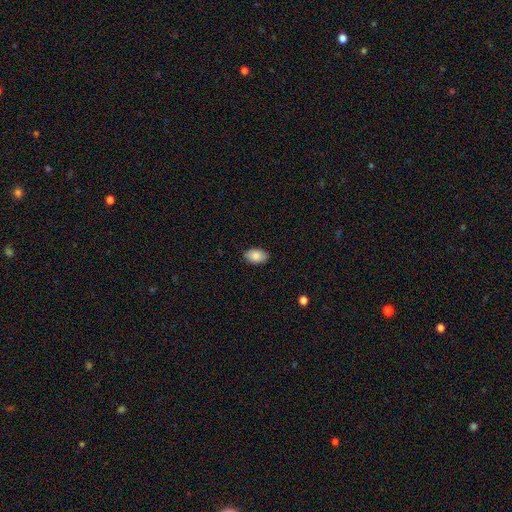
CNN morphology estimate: Overall: smooth (86%). How rounded: in between (92%). Merging: none (87%).